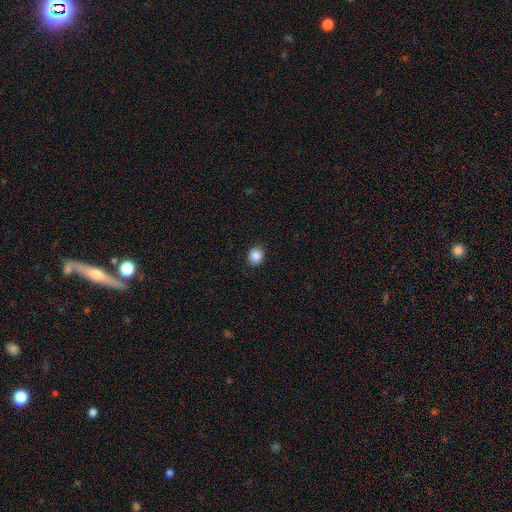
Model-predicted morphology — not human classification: Q: Smooth or featured?
A: smooth (87%); runner-up: star or artifact (9%)
Q: How rounded?
A: round (74%); runner-up: in between (25%)
Q: Merging?
A: none (89%); runner-up: minor disturbance (8%)